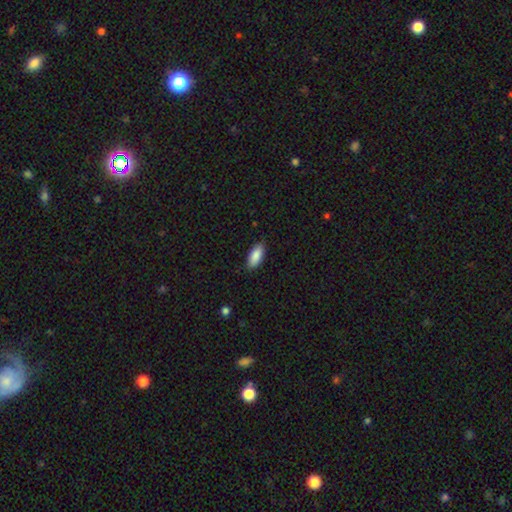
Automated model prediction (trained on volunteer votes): Overall: smooth (88%). How rounded: in between (85%). Merging: none (85%).